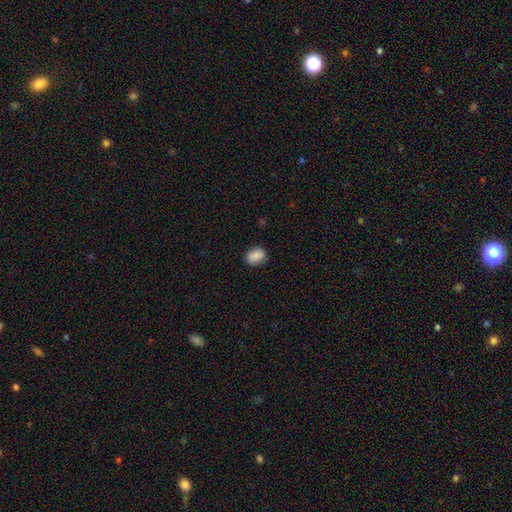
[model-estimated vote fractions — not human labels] Smooth or featured? smooth (85%)
How rounded? in between (54%)
Merging? none (83%)